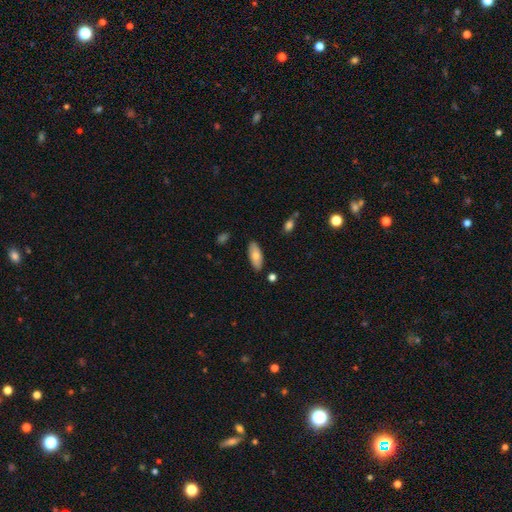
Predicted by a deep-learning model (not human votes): Smooth or featured: smooth — 73% (featured or disk — 20%)
How rounded: in between — 83% (cigar-shaped — 15%)
Merging: none — 86% (minor disturbance — 10%)